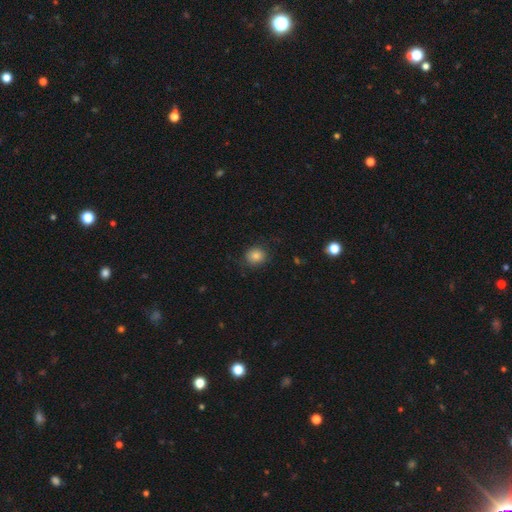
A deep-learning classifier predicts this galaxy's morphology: This is clearly a smooth galaxy (84%). How rounded: likely round (75%). Merging: clearly none (81%).